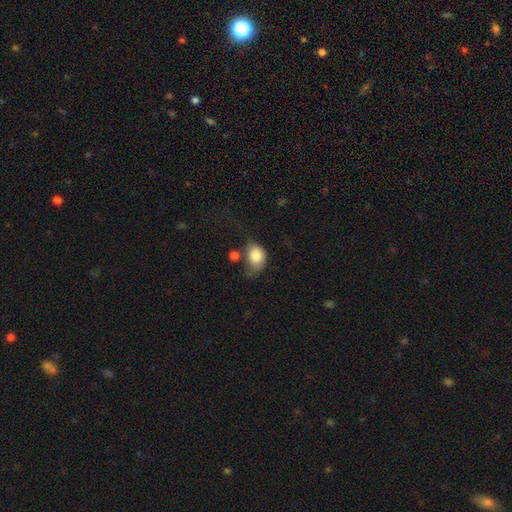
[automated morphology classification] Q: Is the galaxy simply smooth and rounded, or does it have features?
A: smooth — 82%.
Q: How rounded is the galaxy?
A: in between — 60%.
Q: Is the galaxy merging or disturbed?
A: minor disturbance — 32%.